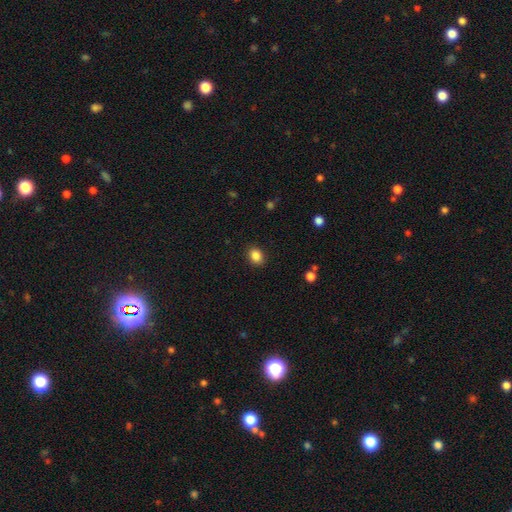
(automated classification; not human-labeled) smooth-or-featured: smooth: 86% | star or artifact: 10% | featured or disk: 4%
  how-rounded: in between: 51% | round: 48% | cigar-shaped: 1%
  merging: none: 89% | minor disturbance: 7% | major disturbance: 2% | merger: 1%